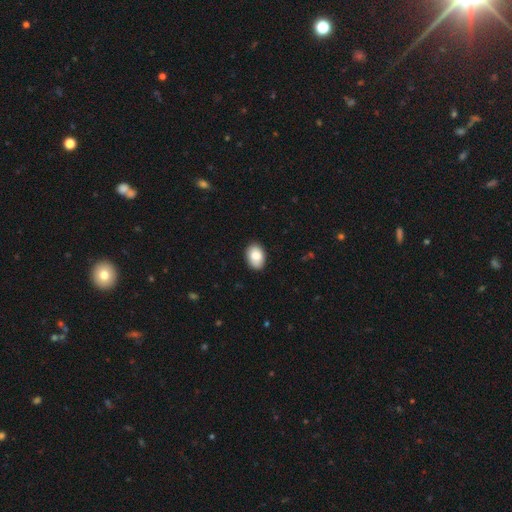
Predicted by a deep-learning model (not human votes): Morphology: type=smooth (84%); roundness=in between (85%); merging=none (86%).